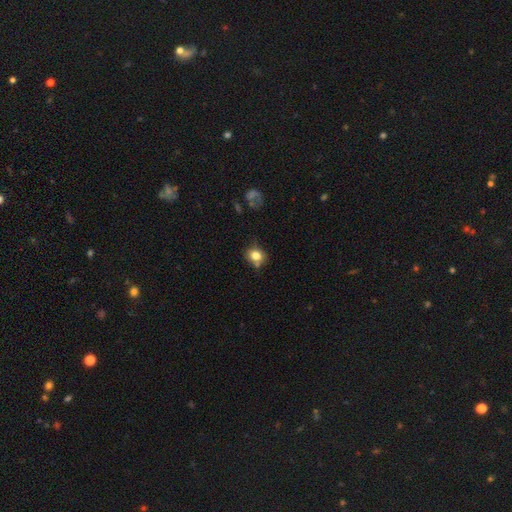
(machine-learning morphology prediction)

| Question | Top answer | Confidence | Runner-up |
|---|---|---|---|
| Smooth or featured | smooth | 78% | star or artifact (11%) |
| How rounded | round | 73% | in between (26%) |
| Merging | none | 64% | minor disturbance (20%) |